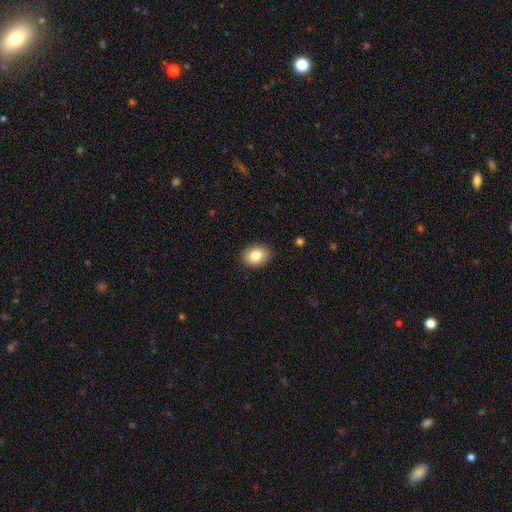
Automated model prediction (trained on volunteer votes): This appears to be a smooth galaxy with no disk features (82%) that is in between round and cigar-shaped (57%). Merging: none (89%).